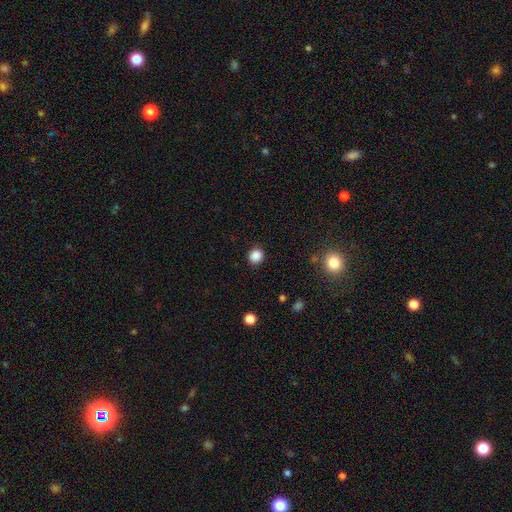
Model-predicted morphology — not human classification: Q: Smooth or featured?
A: smooth (86%); runner-up: star or artifact (11%)
Q: How rounded?
A: round (85%); runner-up: in between (15%)
Q: Merging?
A: none (90%); runner-up: minor disturbance (7%)